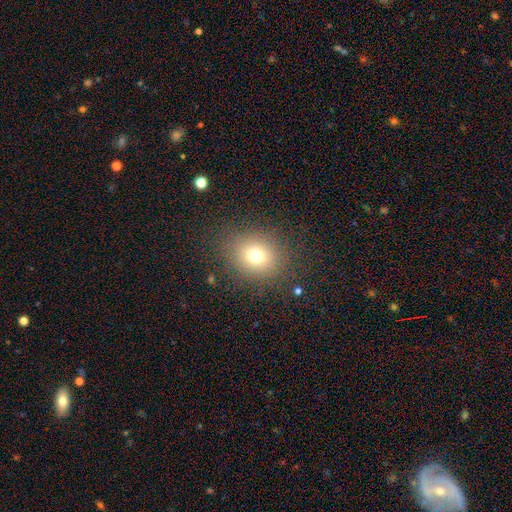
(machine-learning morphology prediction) A smooth galaxy with no disk features (72%) that is round (71%). Merging: none (84%).